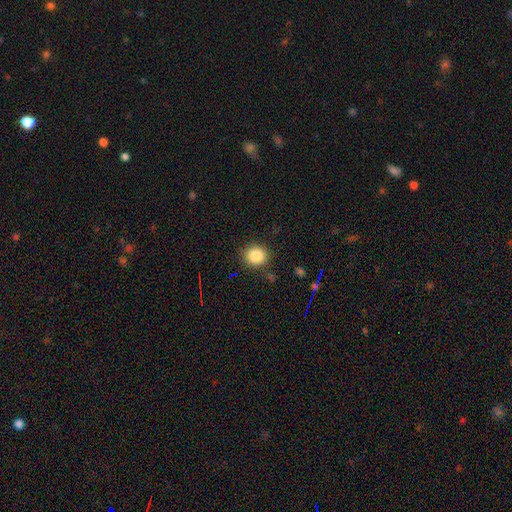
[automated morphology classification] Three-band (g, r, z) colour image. It shows a smooth galaxy with no disk features (86%) that is round (81%). Merging: none (85%).